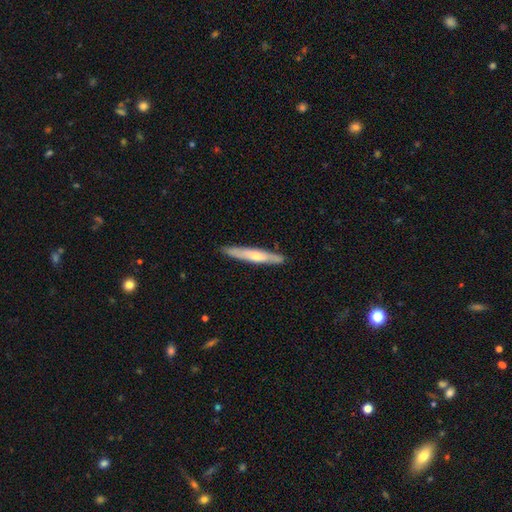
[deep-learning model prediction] This appears to be a featured or disk galaxy (50%) viewed edge-on (84%). Merging: none (88%).